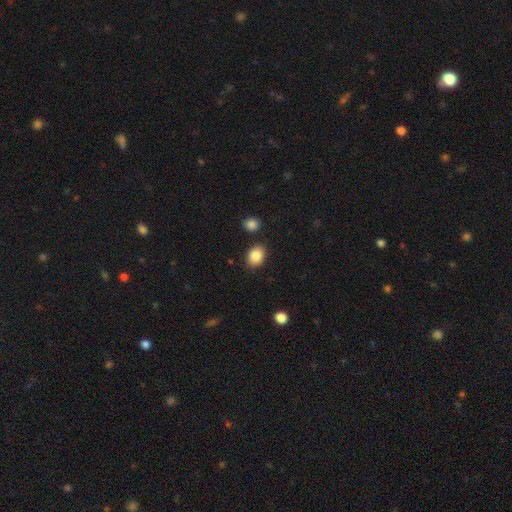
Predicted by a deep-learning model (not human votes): A smooth galaxy with no disk features (87%) that is in between round and cigar-shaped (67%).

Vote fractions:
- Smooth or featured? smooth: 87% / star or artifact: 8% / featured or disk: 5%
- How rounded? in between: 67% / round: 32% / cigar-shaped: 1%
- Merging? none: 83% / minor disturbance: 10% / merger: 4% / major disturbance: 3%